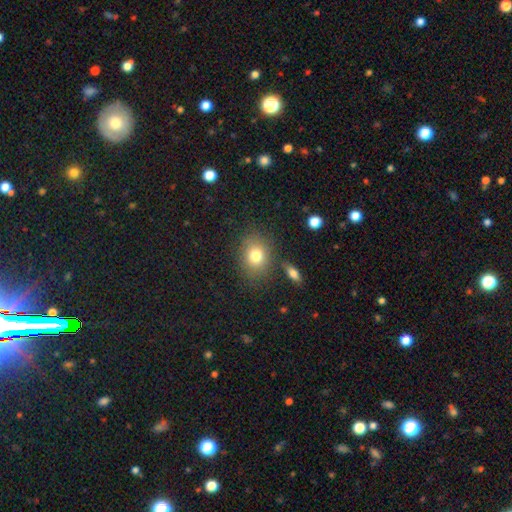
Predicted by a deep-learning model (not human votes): Overall: smooth (78%). How rounded: round (53%; in between 45%). Merging: none (78%).